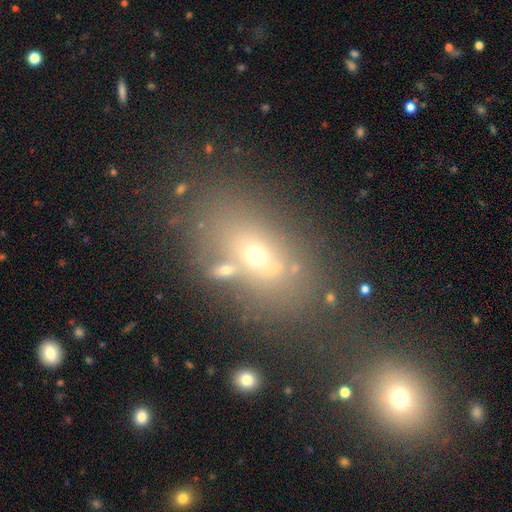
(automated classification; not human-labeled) Smooth or featured? smooth (54%)
How rounded? in between (74%)
Merging? none (57%)